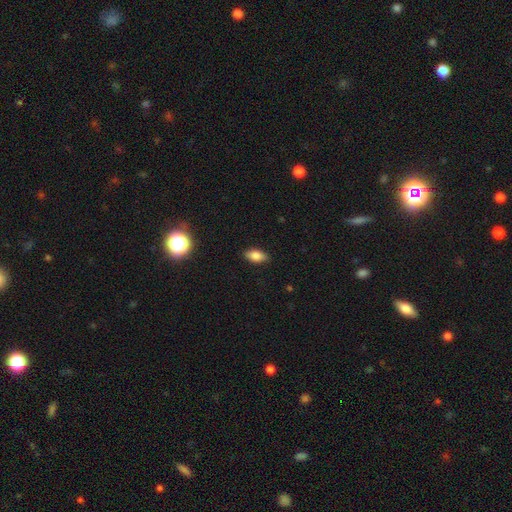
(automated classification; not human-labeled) Morphology: type=smooth (82%); roundness=in between (89%); merging=none (86%).